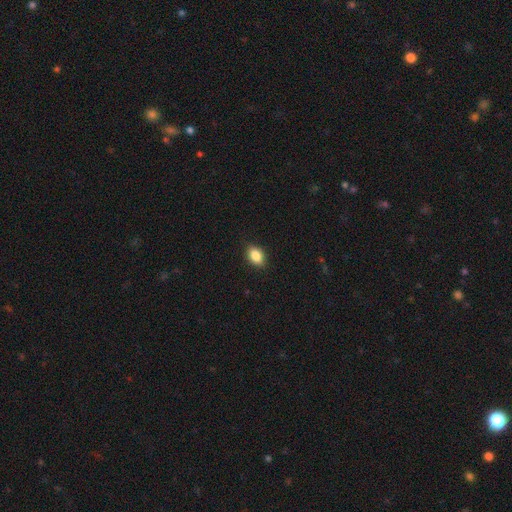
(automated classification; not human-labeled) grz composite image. It shows a smooth galaxy with no disk features (87%) that is in between round and cigar-shaped (85%). Merging: none (89%).